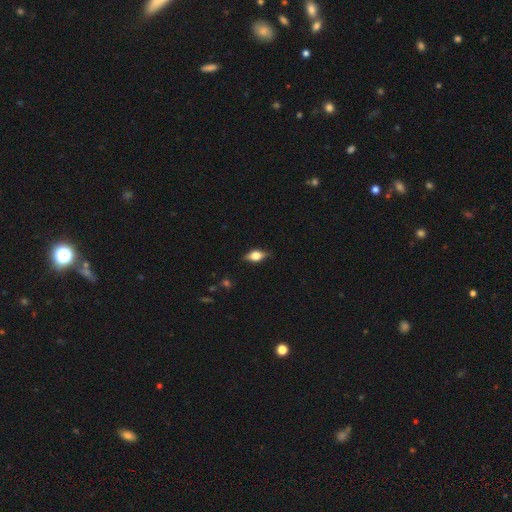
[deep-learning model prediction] smooth_or_featured: smooth (p=0.47) [alt: featured or disk p=0.45]
merging: none (p=0.82) [alt: minor disturbance p=0.14]